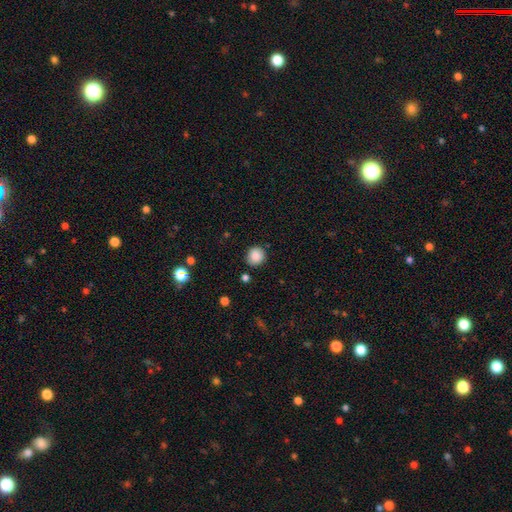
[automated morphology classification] smooth-or-featured: smooth: 87% | star or artifact: 9% | featured or disk: 4%
  how-rounded: round: 87% | in between: 12% | cigar-shaped: 1%
  merging: none: 86% | minor disturbance: 9% | major disturbance: 2% | merger: 2%